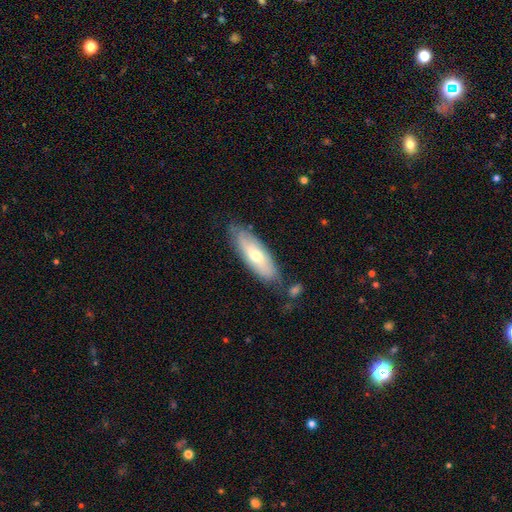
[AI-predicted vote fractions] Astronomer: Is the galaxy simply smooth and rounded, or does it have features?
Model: smooth — 51% (runner-up: featured or disk, 42%).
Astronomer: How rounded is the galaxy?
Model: in between — 58% (runner-up: cigar-shaped, 40%).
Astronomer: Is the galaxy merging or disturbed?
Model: none — 75%.